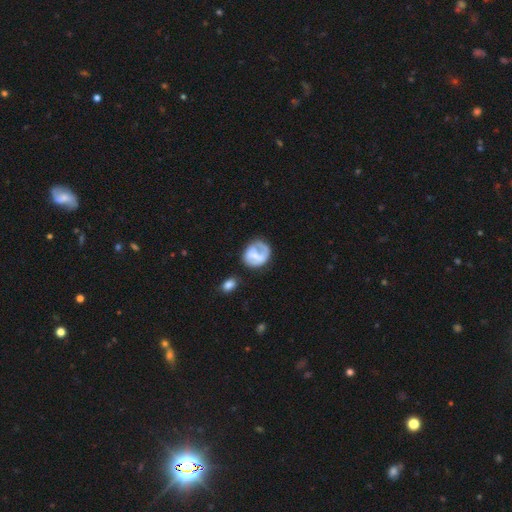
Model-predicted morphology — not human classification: A featured or disk galaxy (48%). Merging: none (47%).